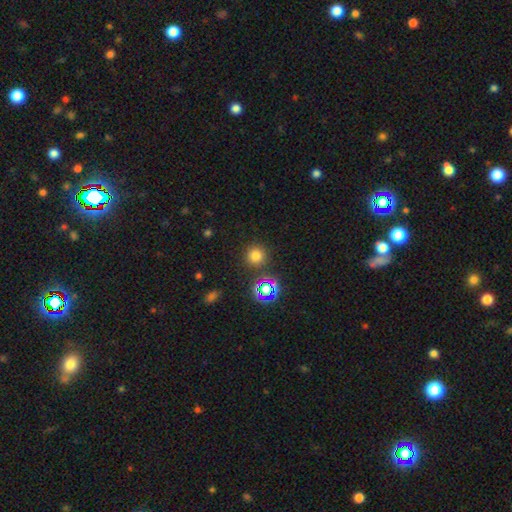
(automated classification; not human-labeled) Smooth or featured? Predicted: smooth (p=0.72). How rounded? Predicted: round (p=0.94). Merging? Predicted: none (p=0.87).